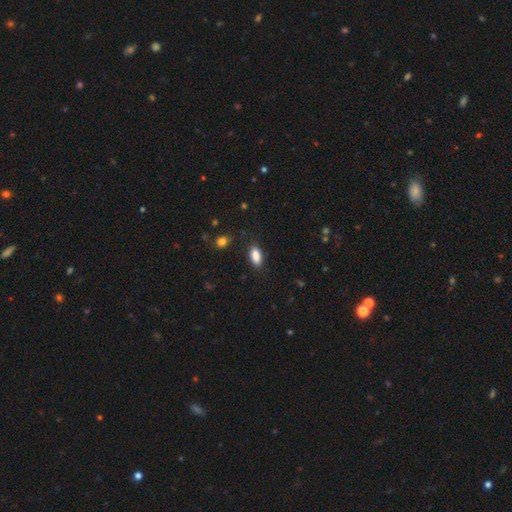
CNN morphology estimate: smooth-or-featured: smooth: 87% | star or artifact: 8% | featured or disk: 5%
  how-rounded: in between: 85% | cigar-shaped: 12% | round: 3%
  merging: none: 85% | minor disturbance: 11% | major disturbance: 3% | merger: 1%